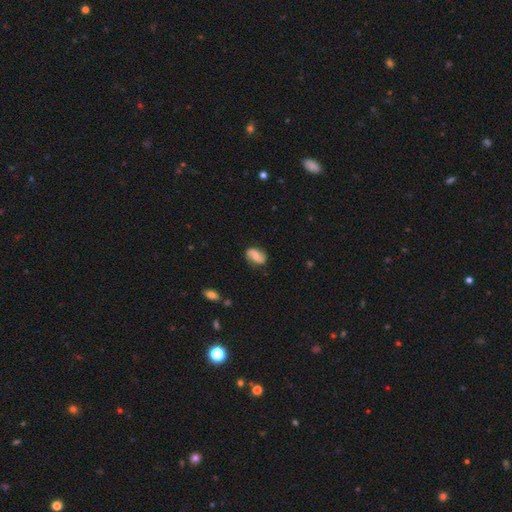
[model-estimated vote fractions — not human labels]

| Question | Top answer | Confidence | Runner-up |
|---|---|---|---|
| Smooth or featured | featured or disk | 56% | smooth (36%) |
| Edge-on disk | no | 97% | yes (3%) |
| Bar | no | 49% | weak (37%) |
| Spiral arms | yes | 91% | no (9%) |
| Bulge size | moderate | 40% | small (39%) |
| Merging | none | 79% | minor disturbance (16%) |